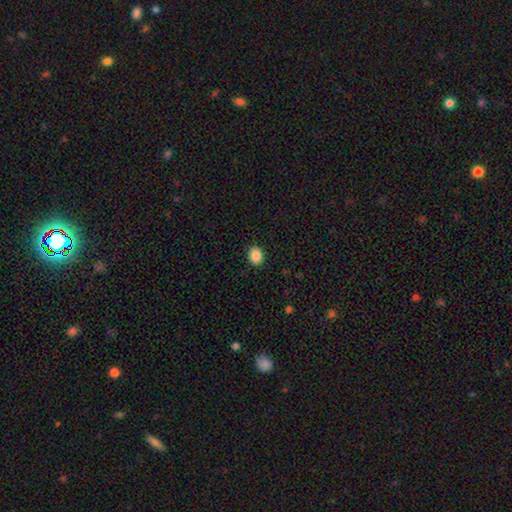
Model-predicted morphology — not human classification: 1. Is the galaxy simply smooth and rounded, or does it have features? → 88% smooth, 9% star or artifact, 3% featured or disk.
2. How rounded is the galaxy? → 51% in between, 49% round, 1% cigar-shaped.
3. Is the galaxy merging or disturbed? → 90% none, 7% minor disturbance, 2% major disturbance, 1% merger.